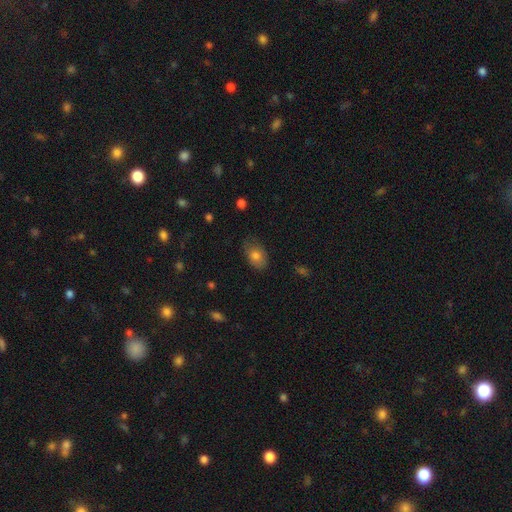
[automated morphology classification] Smooth or featured?
  - smooth: 78% *
  - featured or disk: 14%
  - star or artifact: 8%
How rounded?
  - in between: 81% *
  - round: 18%
  - cigar-shaped: 1%
Merging?
  - none: 68% *
  - minor disturbance: 25%
  - major disturbance: 6%
  - merger: 1%